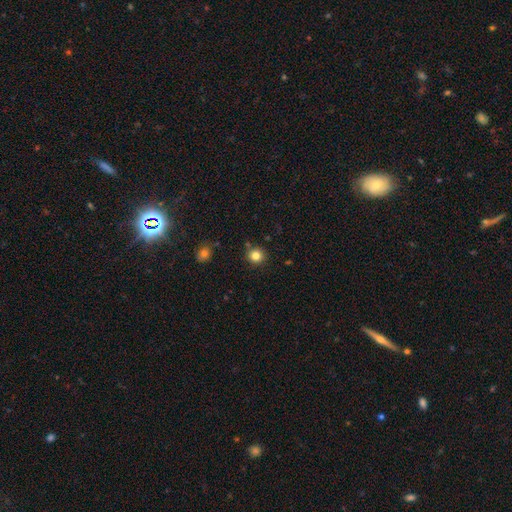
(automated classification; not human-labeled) Smooth or featured: smooth — 82% (star or artifact — 12%)
How rounded: round — 92% (in between — 7%)
Merging: none — 87% (minor disturbance — 7%)